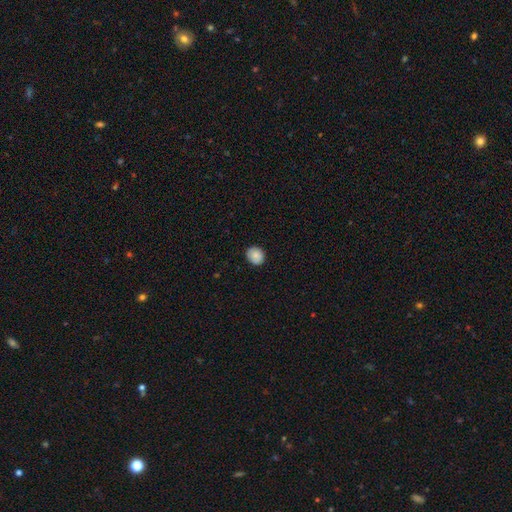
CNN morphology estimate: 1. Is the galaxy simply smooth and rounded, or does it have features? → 87% smooth, 8% star or artifact, 5% featured or disk.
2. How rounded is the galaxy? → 68% round, 31% in between, 1% cigar-shaped.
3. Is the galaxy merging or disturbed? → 86% none, 11% minor disturbance, 2% major disturbance, 1% merger.